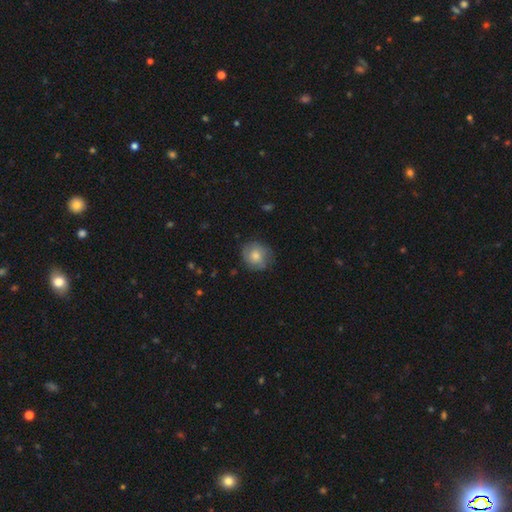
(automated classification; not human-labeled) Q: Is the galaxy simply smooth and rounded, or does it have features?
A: smooth — 73%.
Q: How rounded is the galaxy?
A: round — 80%.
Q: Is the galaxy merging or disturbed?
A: none — 76%.